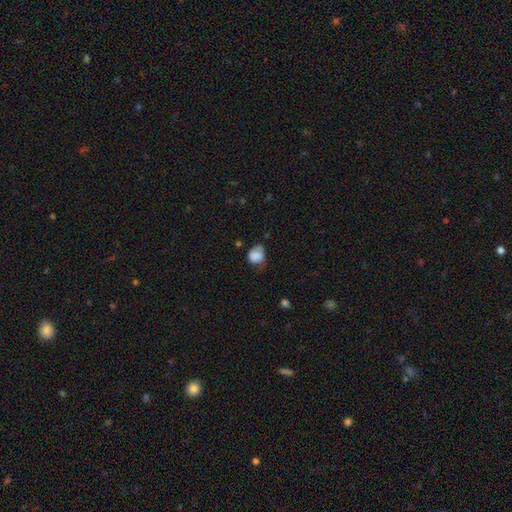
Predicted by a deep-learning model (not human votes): A smooth galaxy with no disk features (82%) that is round (55%). Merging: none (42%).